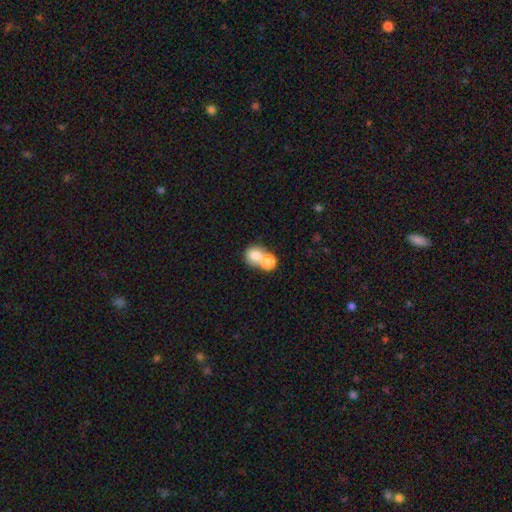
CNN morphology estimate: Overall: smooth (76%). How rounded: round (68%; in between 31%). Merging: merger (58%; none 31%).